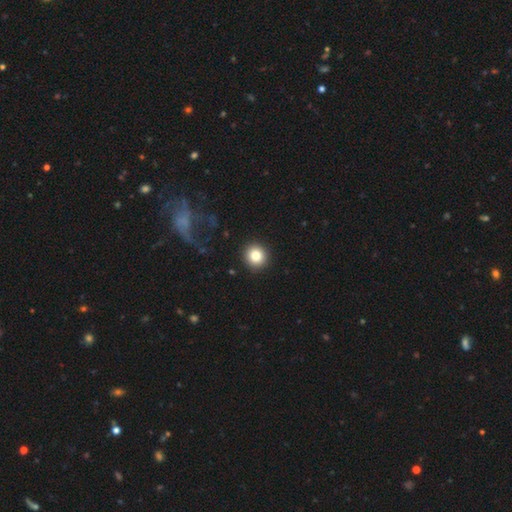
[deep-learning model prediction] smooth-or-featured: smooth: 83% | star or artifact: 10% | featured or disk: 7%
  how-rounded: round: 93% | in between: 6% | cigar-shaped: 1%
  merging: none: 92% | minor disturbance: 5% | major disturbance: 2% | merger: 1%